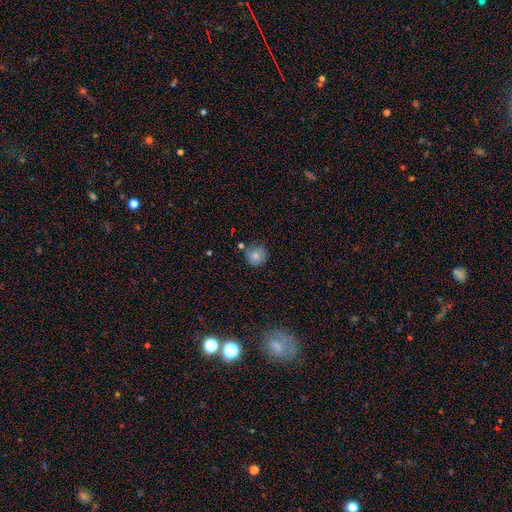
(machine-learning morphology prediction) Smooth or featured: smooth — 78% (featured or disk — 13%)
How rounded: round — 89% (in between — 10%)
Merging: none — 70% (minor disturbance — 19%)